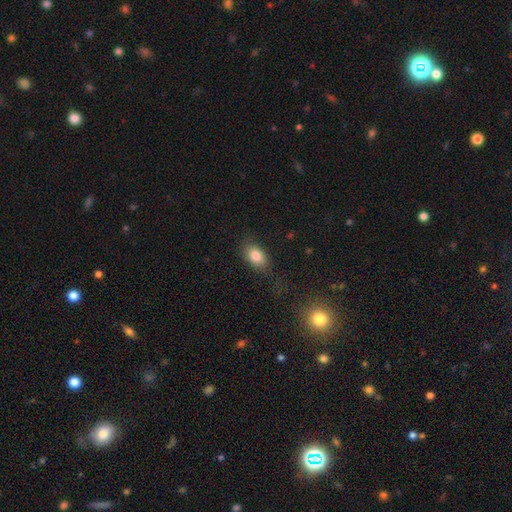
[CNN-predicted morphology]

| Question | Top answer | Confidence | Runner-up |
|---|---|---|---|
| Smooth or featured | smooth | 82% | featured or disk (9%) |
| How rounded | in between | 85% | round (12%) |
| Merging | none | 73% | minor disturbance (17%) |